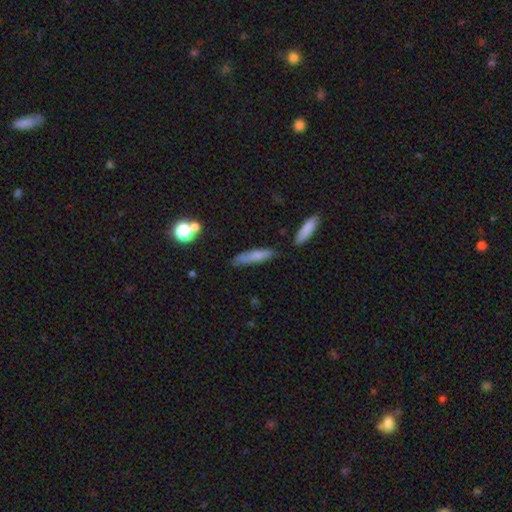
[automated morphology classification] type=smooth (74%); roundness=cigar-shaped (83%); merging=none (74%).